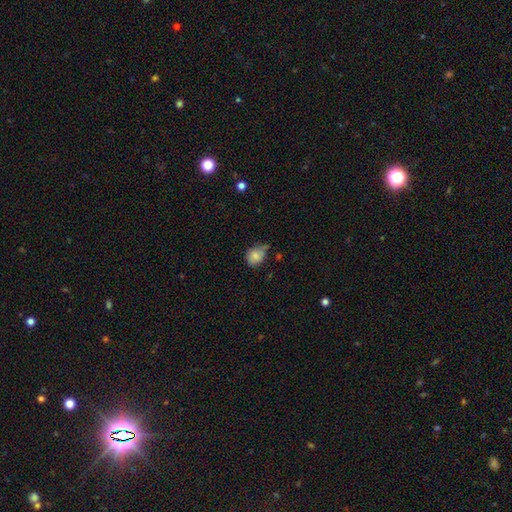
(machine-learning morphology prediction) A smooth galaxy with no disk features (79%) that is round (50%).

Vote fractions:
- Smooth or featured? smooth: 79% / featured or disk: 11% / star or artifact: 10%
- How rounded? round: 50% / in between: 49% / cigar-shaped: 1%
- Merging? none: 46% / minor disturbance: 39% / major disturbance: 9% / merger: 7%